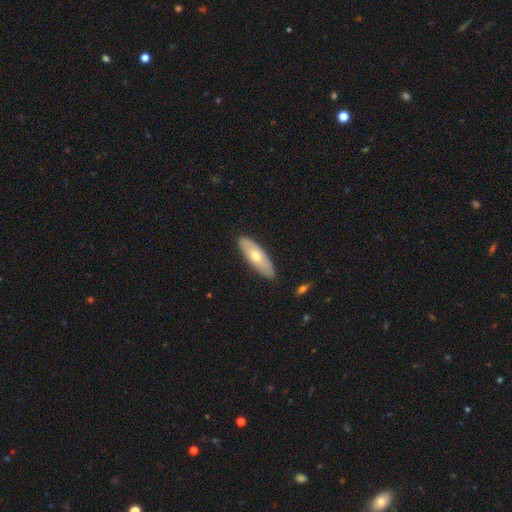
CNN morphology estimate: smooth-or-featured: smooth: 55% | featured or disk: 40% | star or artifact: 5%
  how-rounded: in between: 57% | cigar-shaped: 40% | round: 2%
  merging: none: 87% | minor disturbance: 10% | major disturbance: 2% | merger: 1%